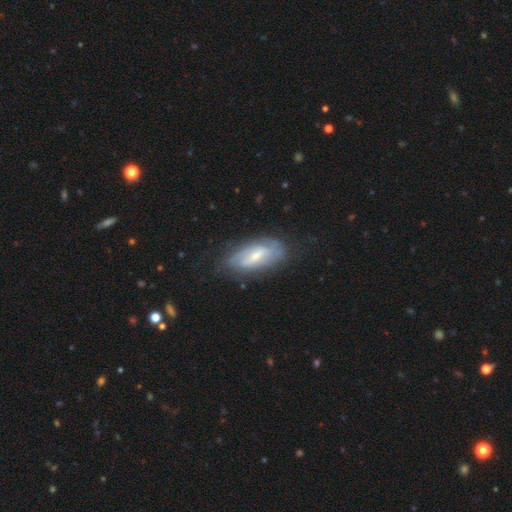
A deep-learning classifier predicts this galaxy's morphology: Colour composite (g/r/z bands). It shows a featured or disk galaxy (60%). Merging: none (66%).